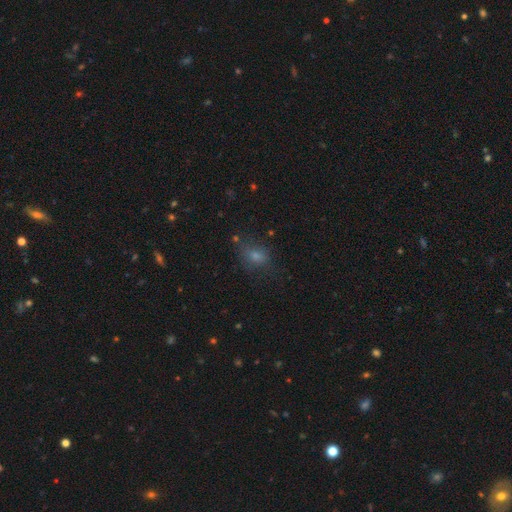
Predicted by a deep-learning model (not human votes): smooth-or-featured: smooth: 59% | star or artifact: 28% | featured or disk: 13%
  how-rounded: in between: 57% | round: 41% | cigar-shaped: 3%
  merging: none: 68% | minor disturbance: 19% | major disturbance: 9% | merger: 3%